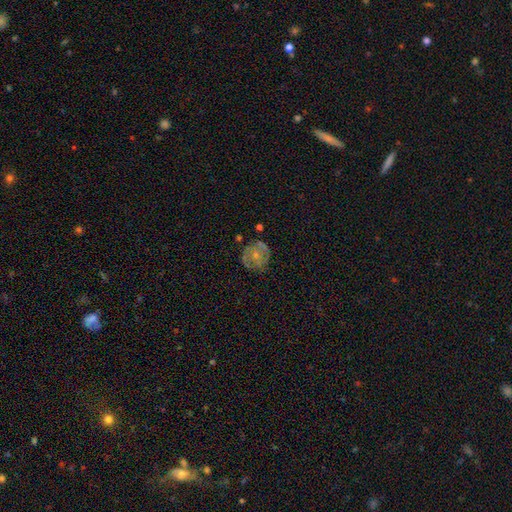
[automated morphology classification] The model was most divided on "spiral arms": yes: 52%, no: 48%. Remaining: edge-on disk — no (98%); bar — no (77%); merging — none (63%); smooth or featured — featured or disk (52%); bulge size — small (50%).